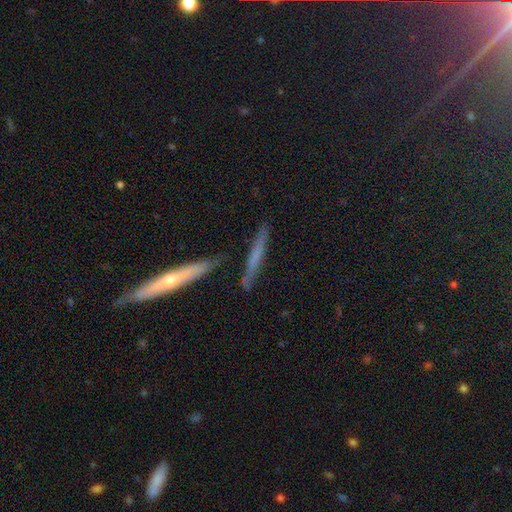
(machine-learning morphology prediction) smooth 47%, featured or disk 46%, star or artifact 8%. Down the decision tree: merging — none (77%).